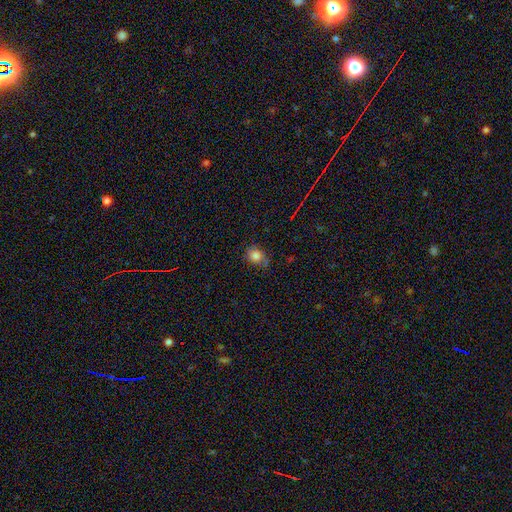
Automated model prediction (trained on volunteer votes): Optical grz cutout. It shows a smooth galaxy with no disk features (78%) that is round (55%). Merging: none (64%).